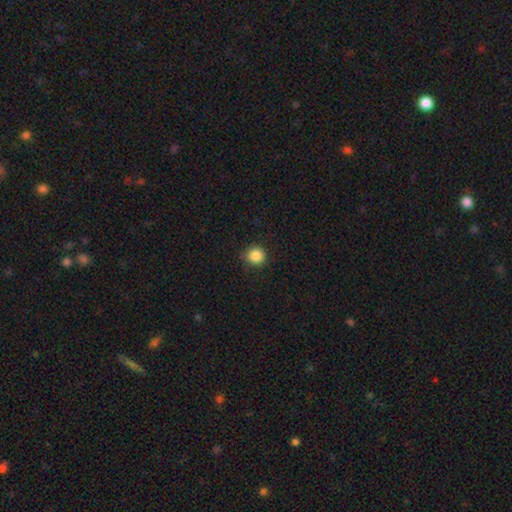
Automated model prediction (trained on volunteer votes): This is clearly a smooth galaxy (86%). How rounded: clearly round (91%). Merging: clearly none (86%).